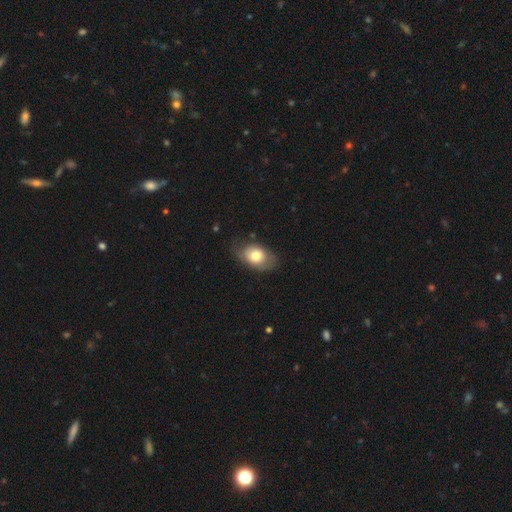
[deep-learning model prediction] This appears to be a smooth galaxy with no disk features (68%) that is in between round and cigar-shaped (82%). Merging: none (67%).